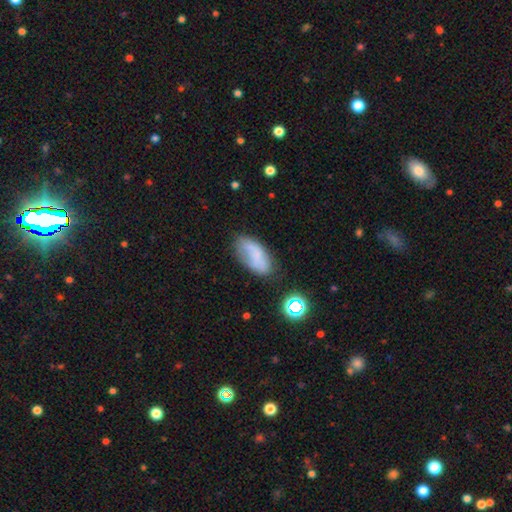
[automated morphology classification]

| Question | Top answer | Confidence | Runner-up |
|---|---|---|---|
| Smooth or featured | smooth | 66% | featured or disk (23%) |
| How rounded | in between | 92% | cigar-shaped (5%) |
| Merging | none | 61% | minor disturbance (25%) |